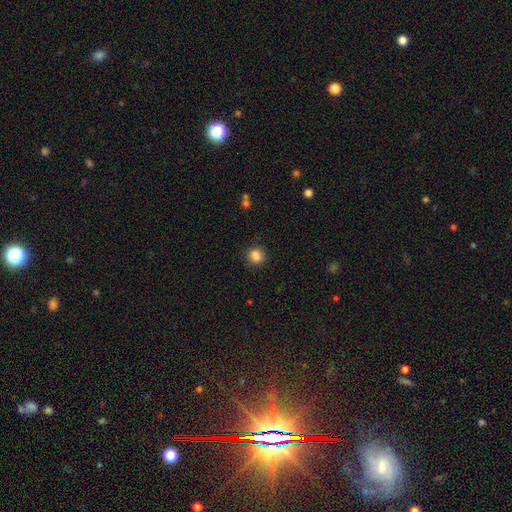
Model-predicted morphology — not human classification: type=smooth (86%); roundness=round (85%); merging=none (88%).